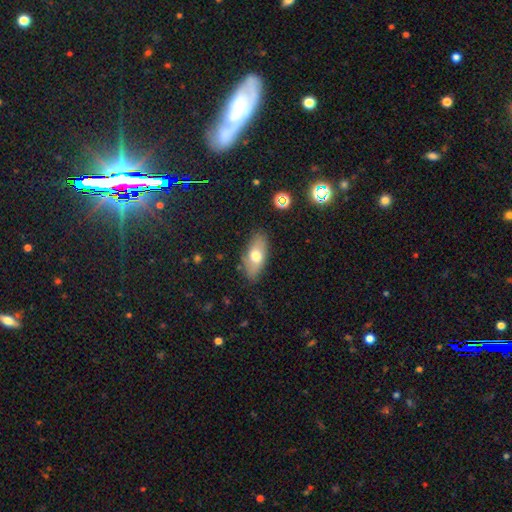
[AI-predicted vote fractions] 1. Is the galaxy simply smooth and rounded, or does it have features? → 64% smooth, 28% featured or disk, 8% star or artifact.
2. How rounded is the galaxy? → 87% in between, 9% cigar-shaped, 4% round.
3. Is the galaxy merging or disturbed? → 81% none, 14% minor disturbance, 3% major disturbance, 2% merger.